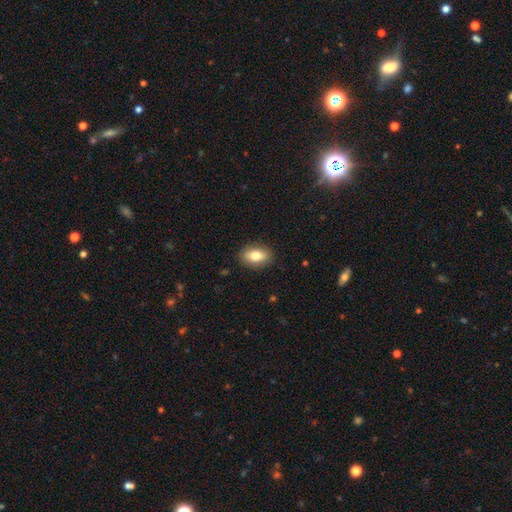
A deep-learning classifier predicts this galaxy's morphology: Smooth or featured? smooth (78%)
How rounded? in between (87%)
Merging? none (87%)